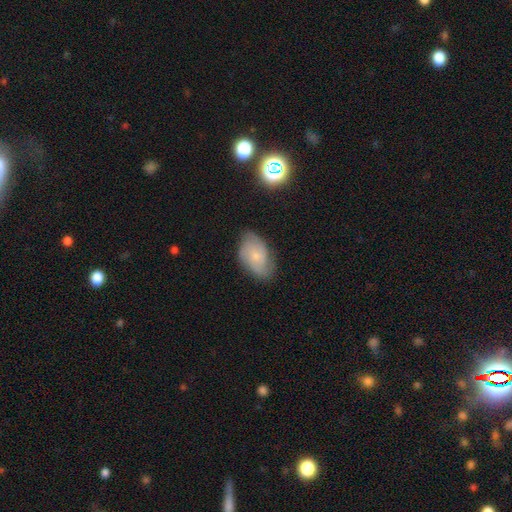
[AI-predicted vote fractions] This appears to be a featured or disk galaxy (47%). Merging: none (69%).